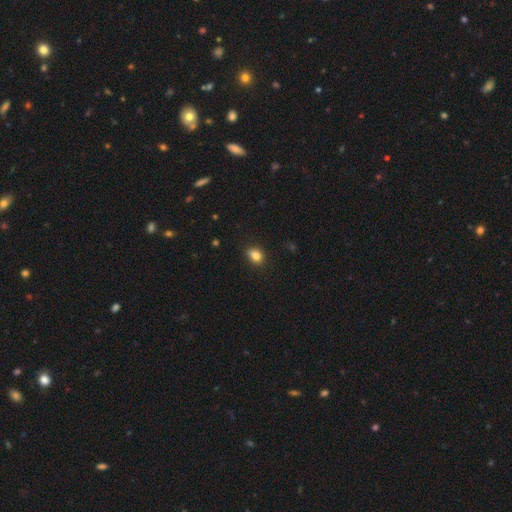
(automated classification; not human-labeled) This is clearly a smooth galaxy (83%). How rounded: likely in between (61%). Merging: likely none (80%).